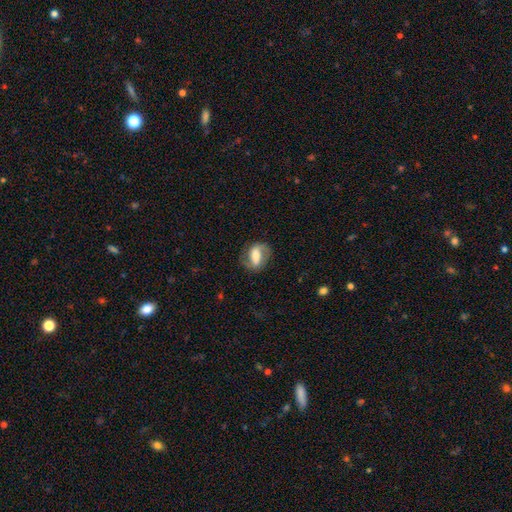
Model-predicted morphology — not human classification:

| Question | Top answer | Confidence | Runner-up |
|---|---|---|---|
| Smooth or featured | featured or disk | 58% | smooth (35%) |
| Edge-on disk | no | 94% | yes (6%) |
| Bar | strong | 49% | weak (33%) |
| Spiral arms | yes | 81% | no (19%) |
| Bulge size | moderate | 38% | large (28%) |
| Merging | none | 73% | minor disturbance (17%) |